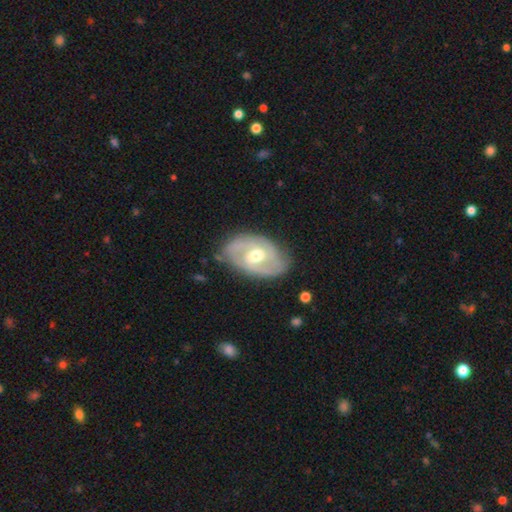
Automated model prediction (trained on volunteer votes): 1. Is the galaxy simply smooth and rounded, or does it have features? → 80% featured or disk, 15% smooth, 5% star or artifact.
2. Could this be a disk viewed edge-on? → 95% no, 5% yes.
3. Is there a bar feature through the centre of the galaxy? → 47% weak, 39% no, 14% strong.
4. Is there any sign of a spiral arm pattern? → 88% yes, 12% no.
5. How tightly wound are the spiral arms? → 48% tight, 40% medium, 12% loose.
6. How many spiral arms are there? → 69% 2, 16% can't tell, 8% 3, 3% 1, 2% 4, 2% more than 4.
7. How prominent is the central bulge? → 71% moderate, 21% small, 6% large, 1% none, 1% dominant.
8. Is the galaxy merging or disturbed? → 77% none, 17% minor disturbance, 5% major disturbance, 1% merger.